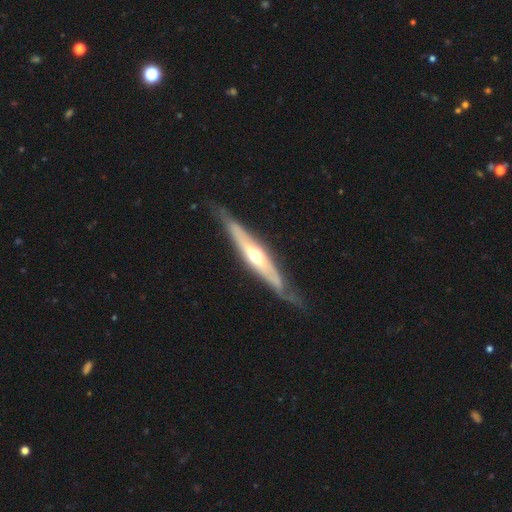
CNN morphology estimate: A featured or disk galaxy (72%) viewed edge-on (83%) with a rounded central bulge (81%). Merging: none (72%).